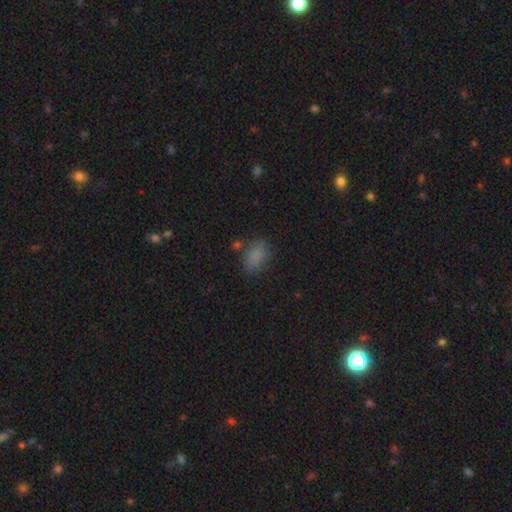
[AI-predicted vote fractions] Morphology: type=smooth (83%); roundness=in between (81%); merging=none (75%).